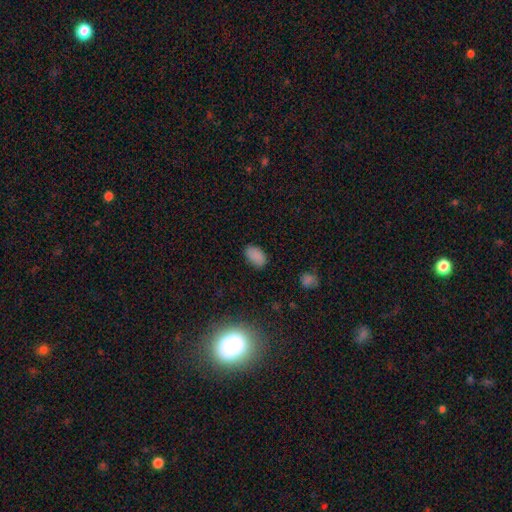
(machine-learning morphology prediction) Overall: smooth (85%). How rounded: in between (92%). Merging: none (85%).